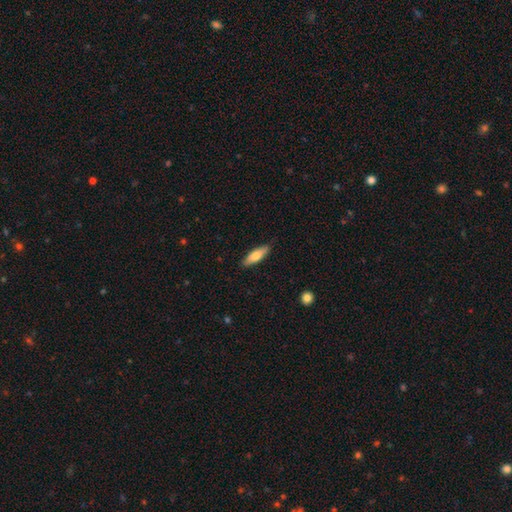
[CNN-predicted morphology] A smooth galaxy with no disk features (71%) that is in between round and cigar-shaped (50%). Merging: none (87%).